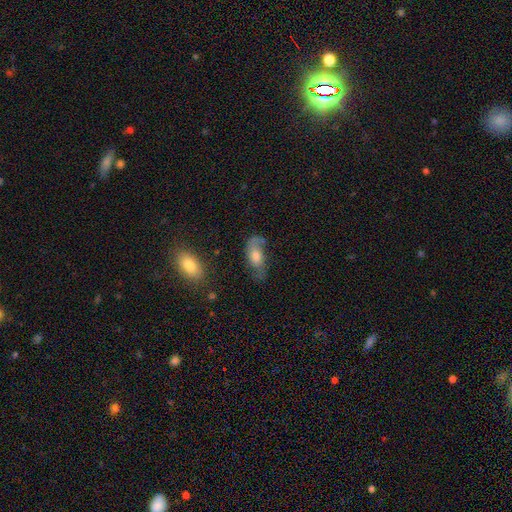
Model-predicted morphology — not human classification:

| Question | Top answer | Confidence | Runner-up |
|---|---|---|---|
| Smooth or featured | featured or disk | 50% | smooth (41%) |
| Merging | none | 51% | minor disturbance (26%) |